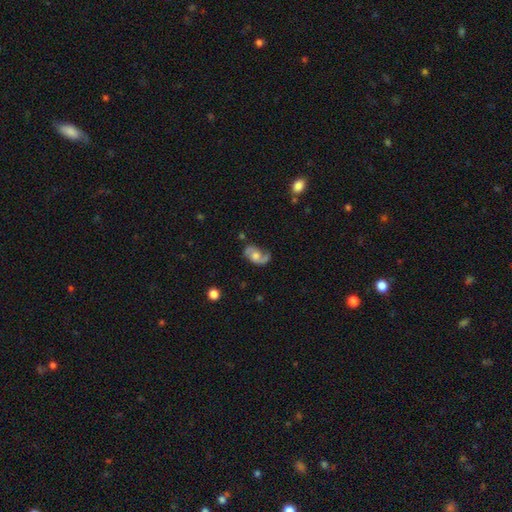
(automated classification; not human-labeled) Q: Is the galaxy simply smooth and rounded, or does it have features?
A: featured or disk — 72%.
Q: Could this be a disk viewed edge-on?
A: no — 96%.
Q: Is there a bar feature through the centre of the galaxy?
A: no — 66%.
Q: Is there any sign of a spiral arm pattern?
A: yes — 90%.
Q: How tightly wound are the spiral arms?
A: loose — 46%.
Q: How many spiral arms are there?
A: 2 — 80%.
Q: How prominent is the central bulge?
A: moderate — 56%.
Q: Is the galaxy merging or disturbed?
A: none — 60%.